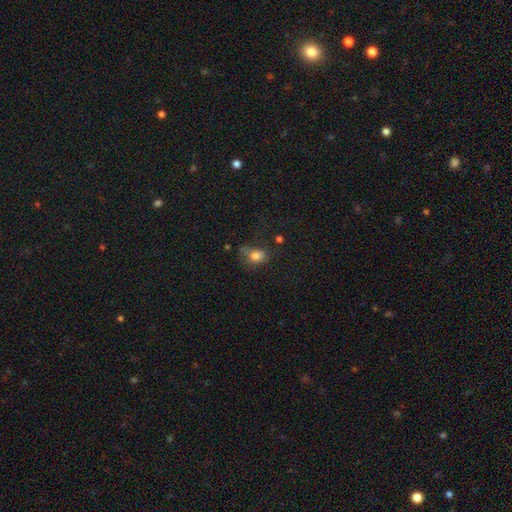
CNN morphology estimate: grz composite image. It shows a smooth galaxy with no disk features (77%) that is in between round and cigar-shaped (60%). Merging: none (44%).